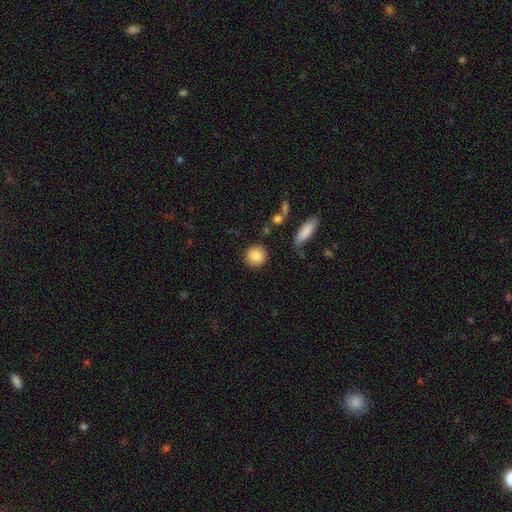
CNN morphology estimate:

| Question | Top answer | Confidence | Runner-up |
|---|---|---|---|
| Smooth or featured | smooth | 86% | star or artifact (8%) |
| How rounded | round | 89% | in between (10%) |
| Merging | none | 88% | minor disturbance (8%) |